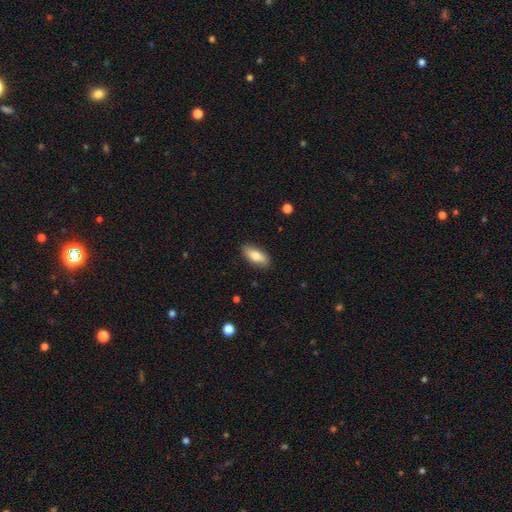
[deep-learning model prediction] Smooth or featured: smooth — 81% (featured or disk — 13%)
How rounded: in between — 83% (cigar-shaped — 14%)
Merging: none — 88% (minor disturbance — 9%)